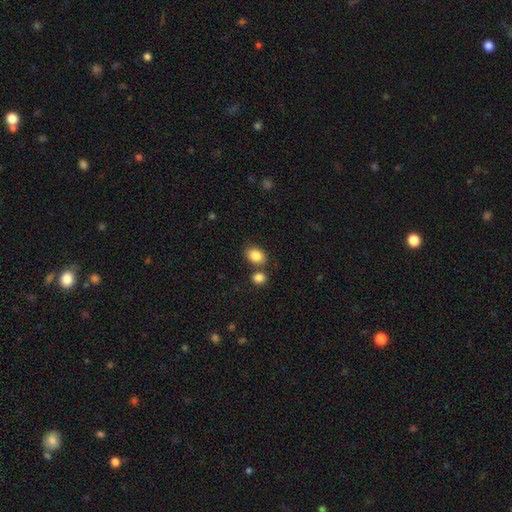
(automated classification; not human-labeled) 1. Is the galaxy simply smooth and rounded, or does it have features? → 85% smooth, 9% star or artifact, 6% featured or disk.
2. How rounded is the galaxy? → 67% in between, 32% round, 1% cigar-shaped.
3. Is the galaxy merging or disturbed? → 70% none, 17% merger, 10% minor disturbance, 3% major disturbance.